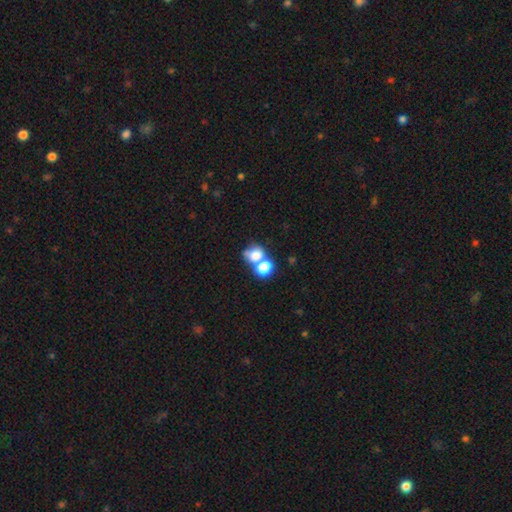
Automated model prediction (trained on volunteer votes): smooth_or_featured: smooth (p=0.73) [alt: featured or disk p=0.14]
how_rounded: round (p=0.62) [alt: in between p=0.37]
merging: merger (p=0.56) [alt: none p=0.30]